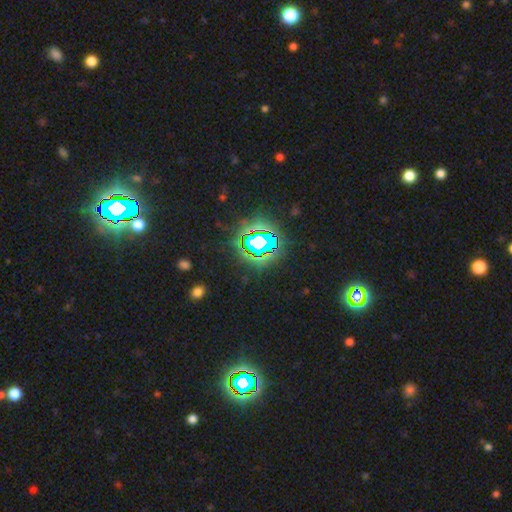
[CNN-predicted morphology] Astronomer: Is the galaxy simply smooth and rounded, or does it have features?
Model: star or artifact — 83%.